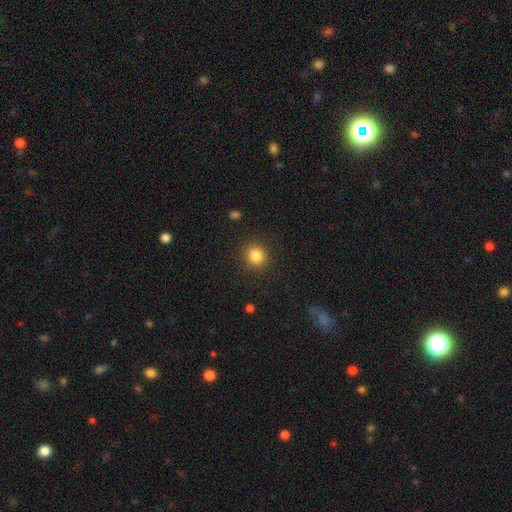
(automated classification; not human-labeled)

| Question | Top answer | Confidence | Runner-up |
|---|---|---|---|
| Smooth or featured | smooth | 84% | star or artifact (11%) |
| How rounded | round | 89% | in between (11%) |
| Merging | none | 89% | minor disturbance (7%) |